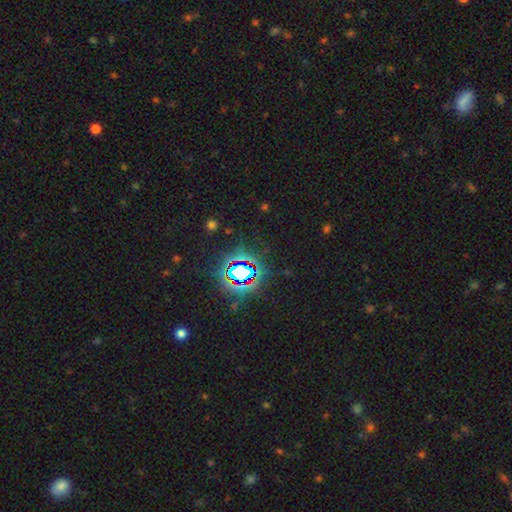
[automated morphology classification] The model was most divided on "smooth or featured": star or artifact: 82%, smooth: 11%, featured or disk: 7%.